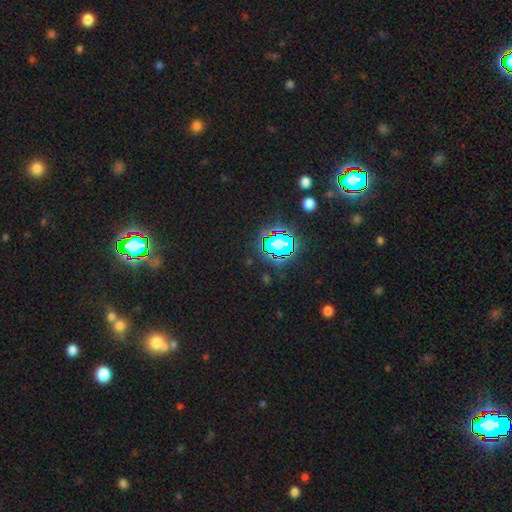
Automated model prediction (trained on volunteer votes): The model was most divided on "smooth or featured": star or artifact: 80%, smooth: 12%, featured or disk: 8%.